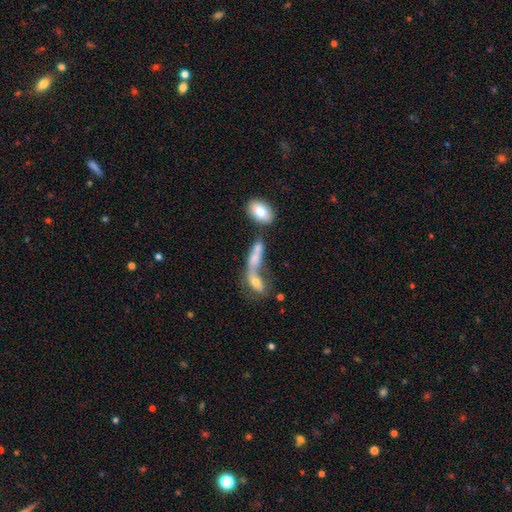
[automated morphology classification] The model was most divided on "how rounded": in between: 56%, cigar-shaped: 37%, round: 7%. More confident: smooth or featured — smooth (62%); merging — merger (60%).